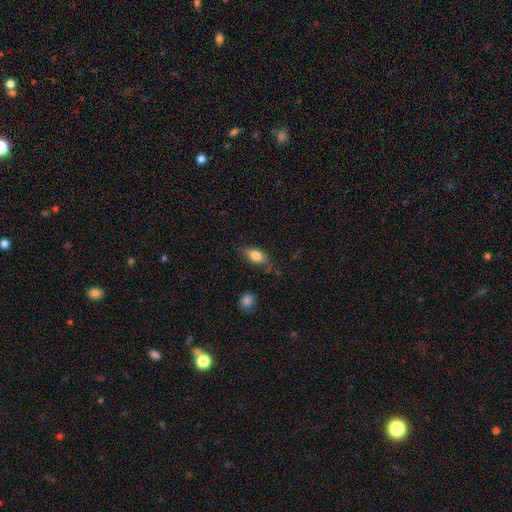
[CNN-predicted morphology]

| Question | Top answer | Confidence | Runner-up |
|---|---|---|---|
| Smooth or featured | smooth | 75% | featured or disk (18%) |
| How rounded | in between | 82% | cigar-shaped (13%) |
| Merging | none | 65% | minor disturbance (25%) |